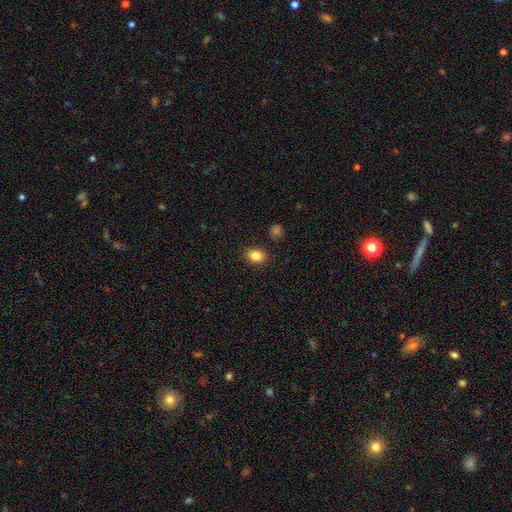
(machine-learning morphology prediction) smooth_or_featured: smooth (p=0.84) [alt: star or artifact p=0.10]
how_rounded: in between (p=0.65) [alt: round p=0.34]
merging: none (p=0.87) [alt: minor disturbance p=0.09]